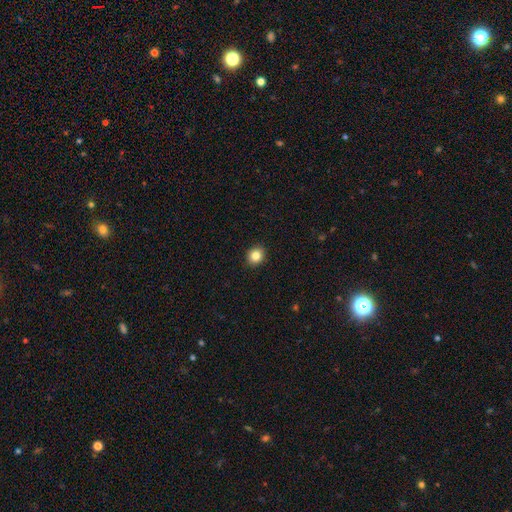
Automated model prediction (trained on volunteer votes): Morphology: type=smooth (84%); roundness=round (76%); merging=none (92%).